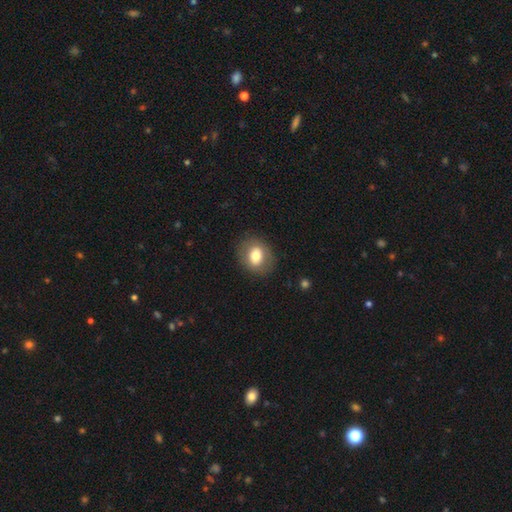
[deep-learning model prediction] Morphology: type=smooth (73%); roundness=in between (50%); merging=none (84%).